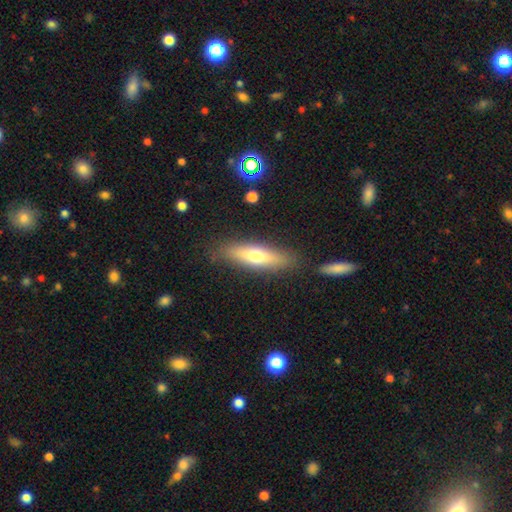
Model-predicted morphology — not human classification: The model was most divided on "smooth or featured": smooth: 59%, featured or disk: 34%, star or artifact: 7%. More confident: merging — none (83%); how rounded — cigar-shaped (66%).